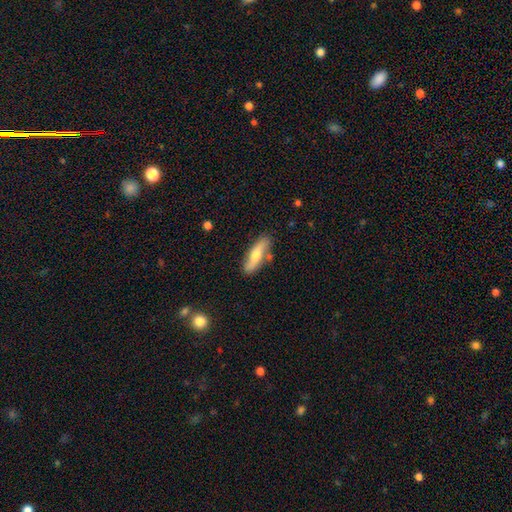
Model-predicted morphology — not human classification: A smooth galaxy with no disk features (54%) that is cigar-shaped (56%).

Vote fractions:
- Smooth or featured? smooth: 54% / featured or disk: 41% / star or artifact: 5%
- How rounded? cigar-shaped: 56% / in between: 41% / round: 3%
- Merging? none: 77% / minor disturbance: 15% / merger: 5% / major disturbance: 3%